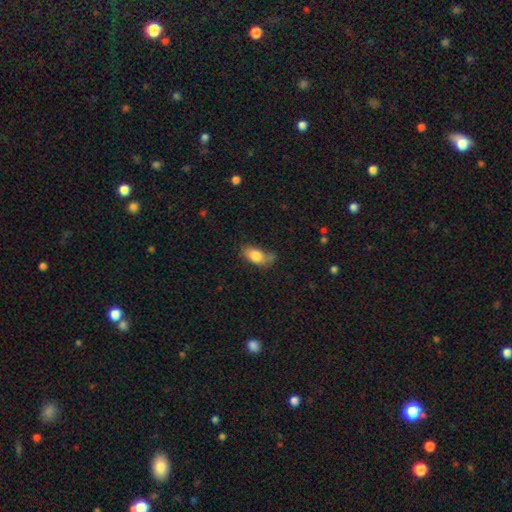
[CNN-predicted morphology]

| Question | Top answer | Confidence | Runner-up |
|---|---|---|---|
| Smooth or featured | smooth | 81% | featured or disk (12%) |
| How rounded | in between | 90% | round (6%) |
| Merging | none | 49% | minor disturbance (34%) |